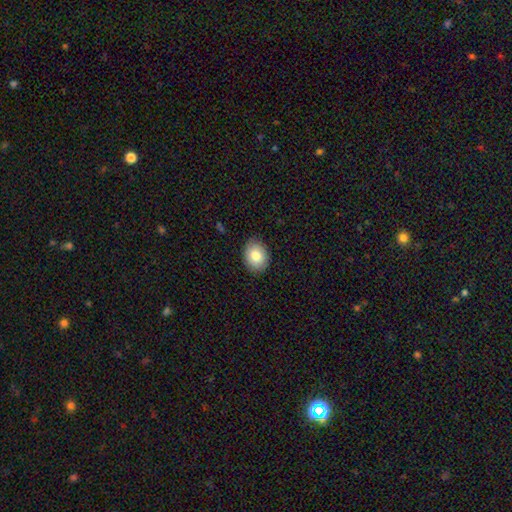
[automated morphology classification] Smooth or featured? smooth (82%)
How rounded? in between (55%)
Merging? none (87%)